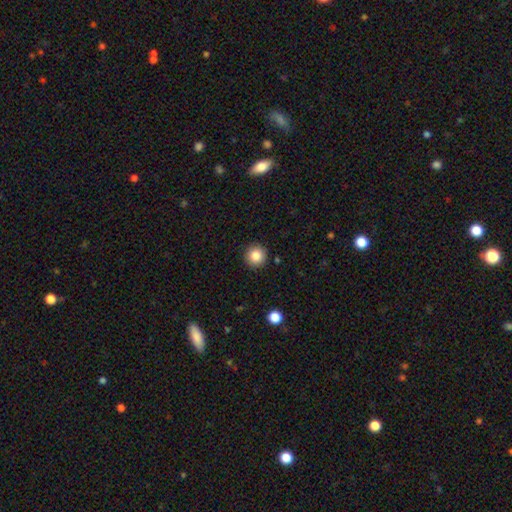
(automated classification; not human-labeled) smooth 85%, star or artifact 10%, featured or disk 5%. Down the decision tree: how rounded — round (95%); merging — none (92%).